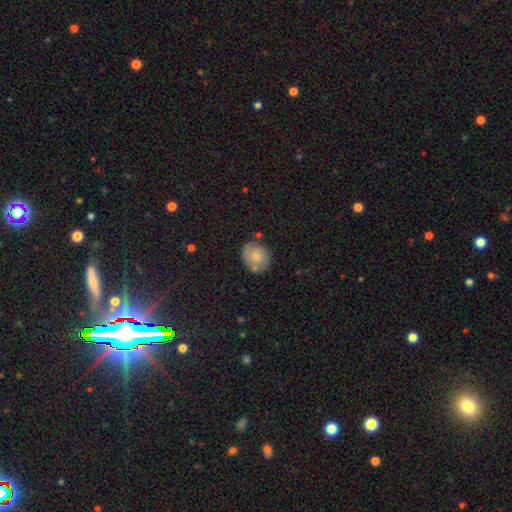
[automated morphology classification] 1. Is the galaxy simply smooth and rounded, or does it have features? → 78% smooth, 13% featured or disk, 8% star or artifact.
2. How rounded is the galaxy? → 69% round, 30% in between, 1% cigar-shaped.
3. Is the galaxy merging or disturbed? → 71% none, 16% minor disturbance, 9% merger, 4% major disturbance.